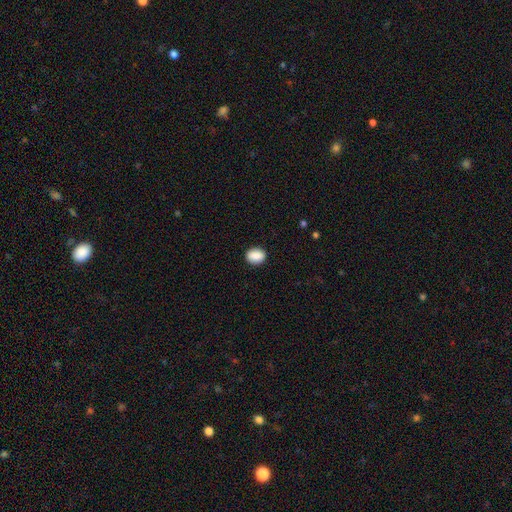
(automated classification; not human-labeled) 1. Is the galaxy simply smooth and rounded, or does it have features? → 89% smooth, 8% star or artifact, 3% featured or disk.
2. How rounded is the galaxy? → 62% in between, 37% round, 1% cigar-shaped.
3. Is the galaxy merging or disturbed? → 89% none, 8% minor disturbance, 2% major disturbance, 1% merger.